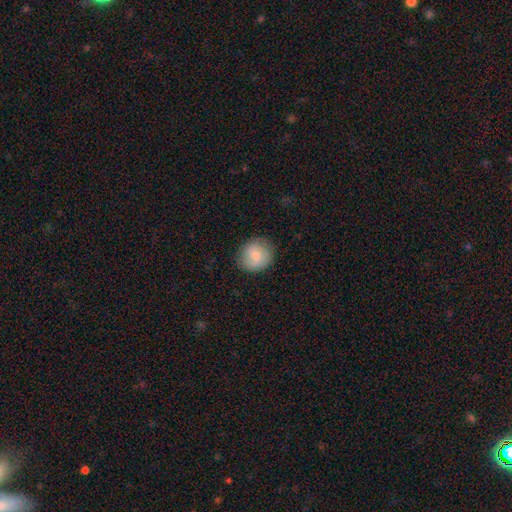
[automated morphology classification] This appears to be a smooth galaxy with no disk features (79%) that is round (85%). Merging: none (83%).